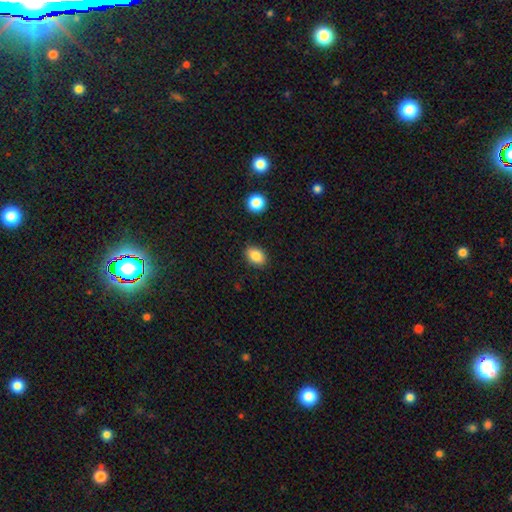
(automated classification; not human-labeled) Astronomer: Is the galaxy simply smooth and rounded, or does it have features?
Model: smooth — 85%.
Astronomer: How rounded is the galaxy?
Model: in between — 79%.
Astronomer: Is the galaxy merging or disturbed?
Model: none — 87%.